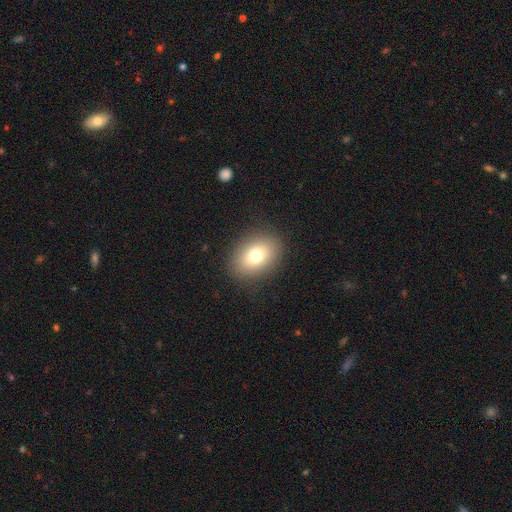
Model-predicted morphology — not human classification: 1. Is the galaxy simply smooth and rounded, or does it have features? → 74% smooth, 14% featured or disk, 11% star or artifact.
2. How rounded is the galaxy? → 72% in between, 27% round, 1% cigar-shaped.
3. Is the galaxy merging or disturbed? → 87% none, 8% minor disturbance, 3% major disturbance, 1% merger.